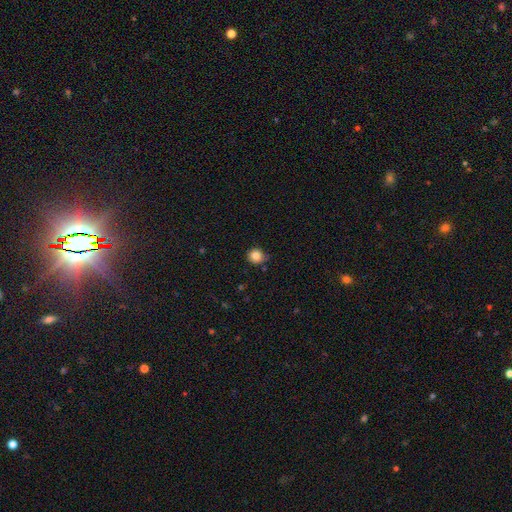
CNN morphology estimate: A smooth galaxy with no disk features (83%) that is round (87%).

Vote fractions:
- Smooth or featured? smooth: 83% / star or artifact: 11% / featured or disk: 6%
- How rounded? round: 87% / in between: 12% / cigar-shaped: 1%
- Merging? none: 75% / minor disturbance: 20% / major disturbance: 3% / merger: 2%